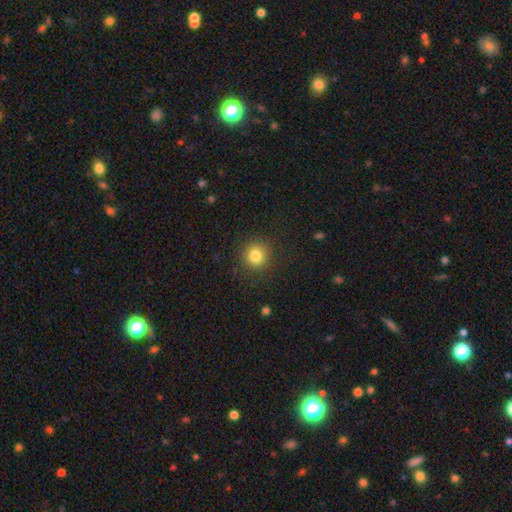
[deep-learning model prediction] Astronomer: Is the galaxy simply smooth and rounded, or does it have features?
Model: smooth — 82%.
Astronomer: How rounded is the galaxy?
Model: round — 91%.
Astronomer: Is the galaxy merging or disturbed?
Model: none — 88%.